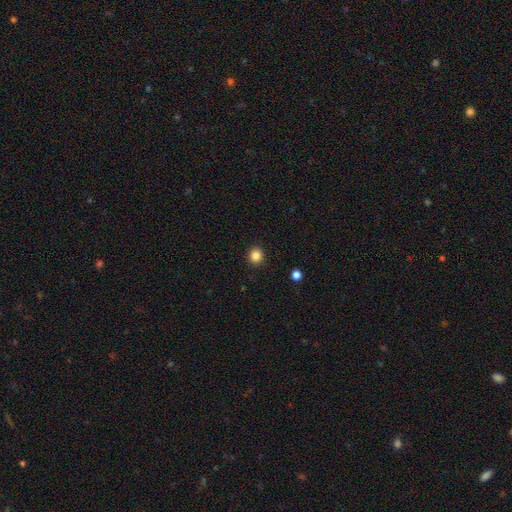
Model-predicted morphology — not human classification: smooth-or-featured: smooth: 85% | star or artifact: 11% | featured or disk: 4%
  how-rounded: round: 89% | in between: 10% | cigar-shaped: 1%
  merging: none: 92% | minor disturbance: 5% | major disturbance: 2% | merger: 1%